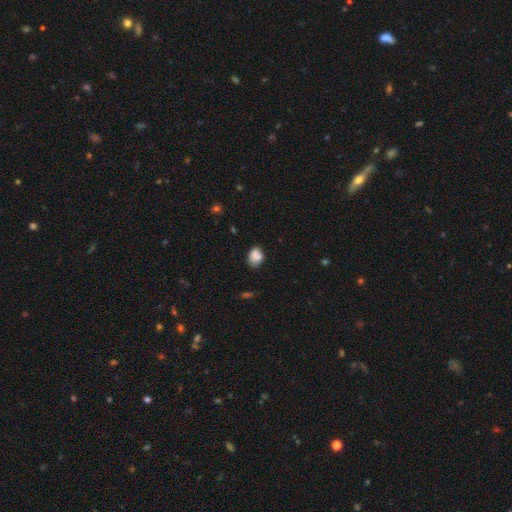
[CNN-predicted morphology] Smooth or featured? Predicted: smooth (p=0.74). How rounded? Predicted: in between (p=0.65). Merging? Predicted: none (p=0.43).